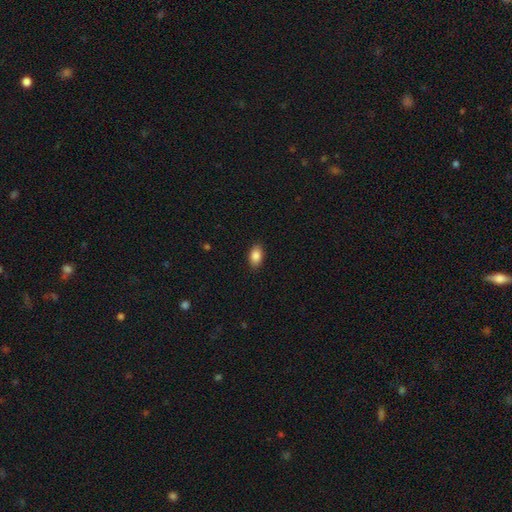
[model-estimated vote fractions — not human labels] smooth-or-featured: smooth: 88% | star or artifact: 8% | featured or disk: 5%
  how-rounded: in between: 89% | round: 9% | cigar-shaped: 2%
  merging: none: 89% | minor disturbance: 8% | major disturbance: 2% | merger: 1%